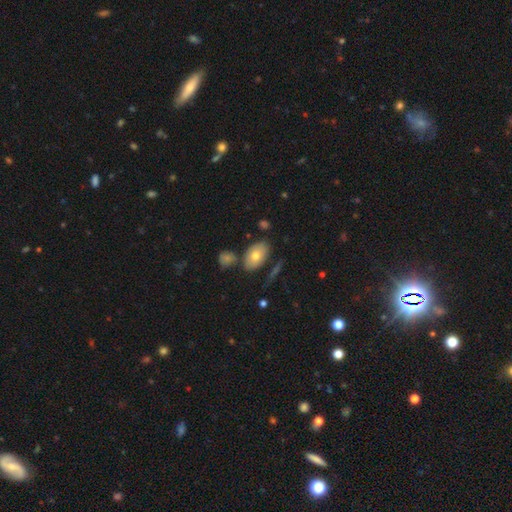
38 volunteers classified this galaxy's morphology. Q: Smooth or featured?
A: smooth (71%); runner-up: featured or disk (24%)
Q: How rounded?
A: in between (89%); runner-up: round (7%)
Q: Merging?
A: none (72%); runner-up: minor disturbance (14%)